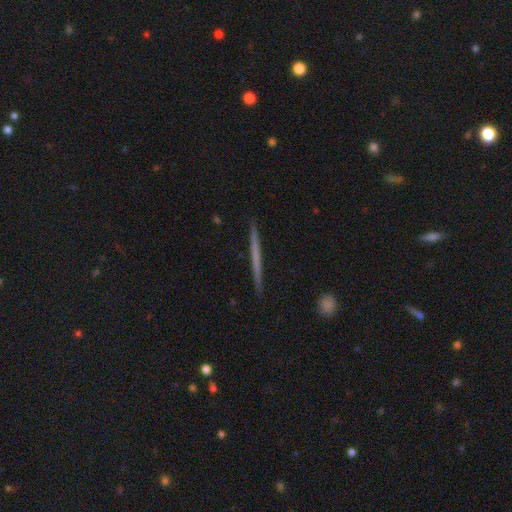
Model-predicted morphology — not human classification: This appears to be a featured or disk galaxy (53%) viewed edge-on (98%) with no central bulge (93%). Merging: none (93%).